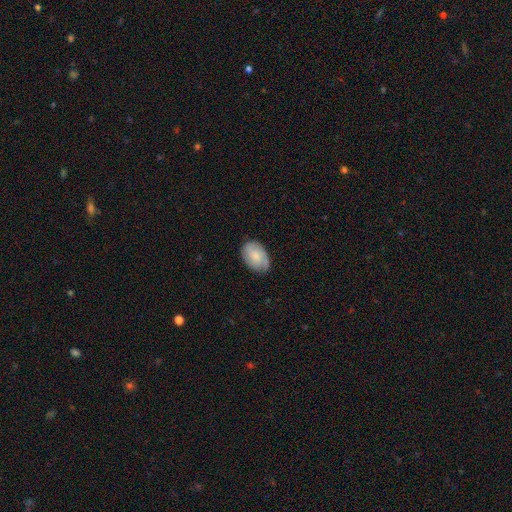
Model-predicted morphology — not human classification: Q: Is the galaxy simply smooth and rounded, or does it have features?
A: smooth — 66%.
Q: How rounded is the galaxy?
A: in between — 86%.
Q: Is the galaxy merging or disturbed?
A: none — 73%.